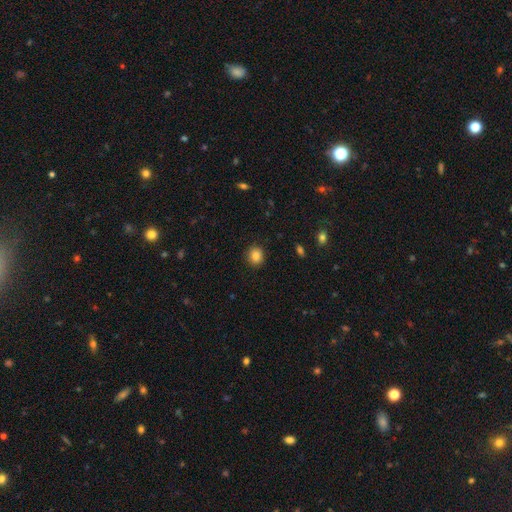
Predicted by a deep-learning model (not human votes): smooth 85%, star or artifact 10%, featured or disk 5%. Down the decision tree: how rounded — round (78%); merging — none (90%).